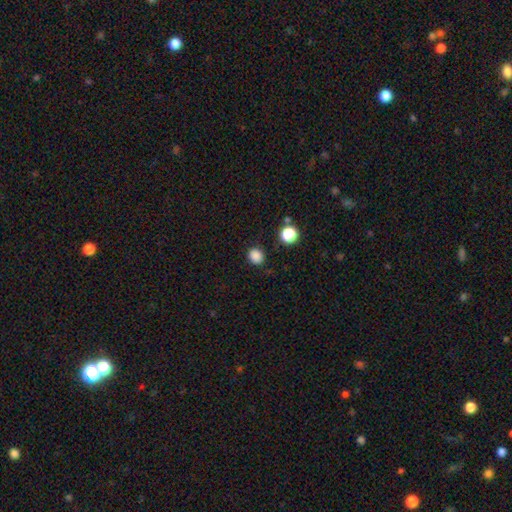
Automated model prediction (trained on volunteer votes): This appears to be a smooth galaxy with no disk features (85%) that is round (71%). Merging: none (87%).